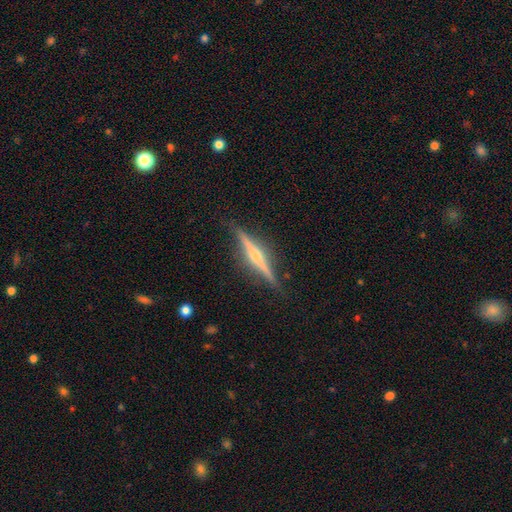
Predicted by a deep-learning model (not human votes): This appears to be a featured or disk galaxy (80%) viewed edge-on (98%) with a rounded central bulge (86%). Merging: none (89%).